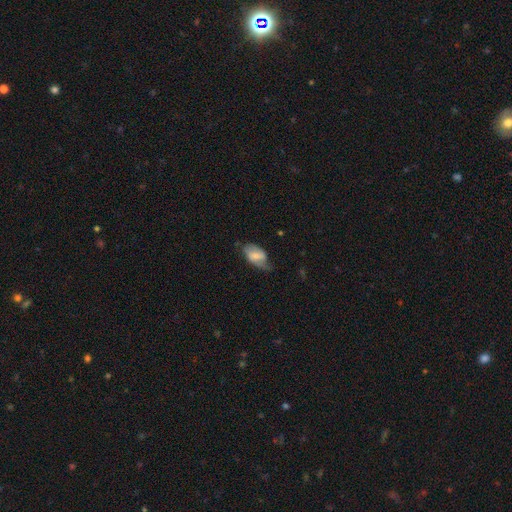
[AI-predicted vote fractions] smooth 50%, featured or disk 43%, star or artifact 7%. Down the decision tree: merging — none (46%).